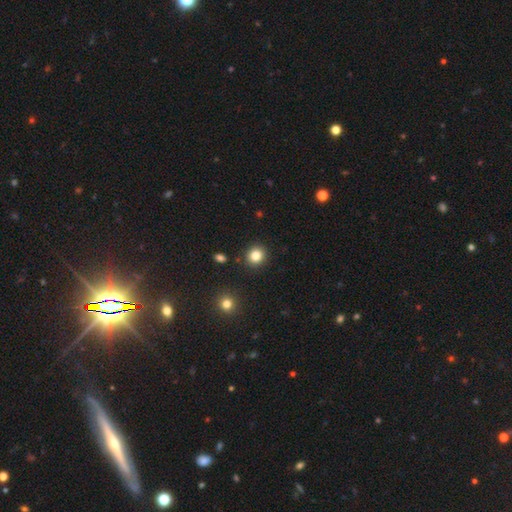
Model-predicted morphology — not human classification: A smooth galaxy with no disk features (83%) that is round (83%). Merging: none (89%).